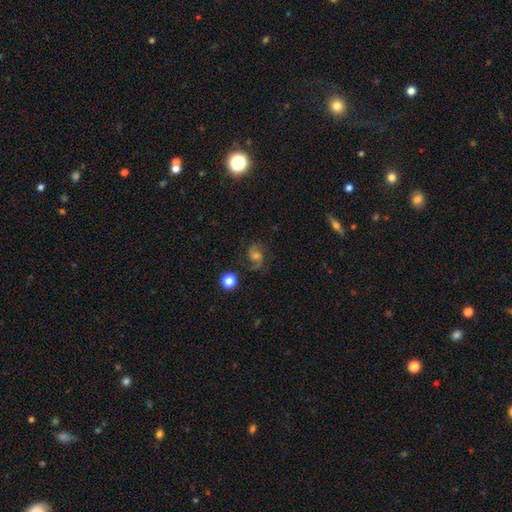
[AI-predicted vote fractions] featured or disk 73%, star or artifact 14%, smooth 13%. Down the decision tree: edge-on disk — no (97%); bar — no (53%); spiral arms — yes (96%); spiral arm count — 2 (88%); spiral winding — medium (52%); bulge size — moderate (44%); merging — none (77%).